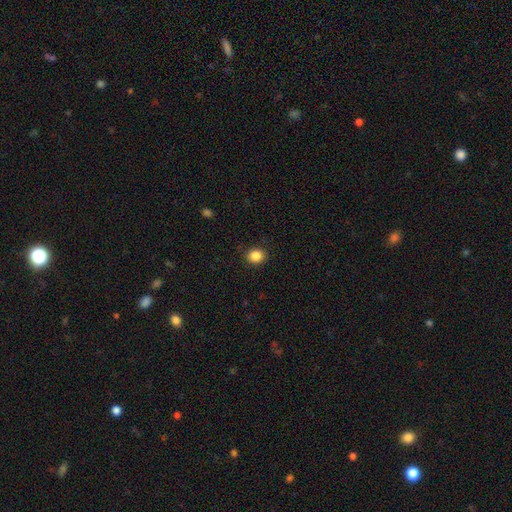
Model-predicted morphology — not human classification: A smooth galaxy with no disk features (87%) that is round (75%). Merging: none (90%).